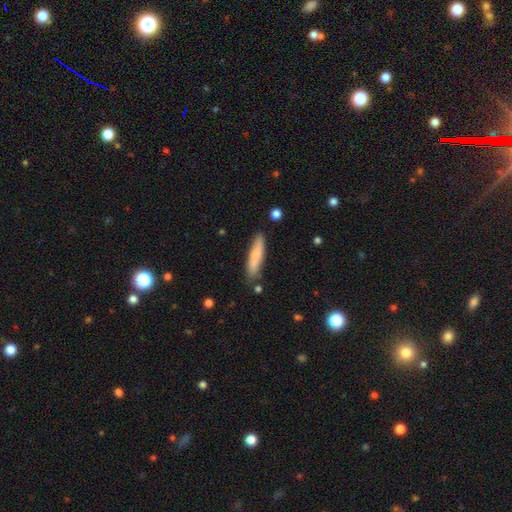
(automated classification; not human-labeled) The model was most divided on "smooth or featured": smooth: 73%, featured or disk: 21%, star or artifact: 6%. More confident: how rounded — cigar-shaped (82%); merging — none (82%).